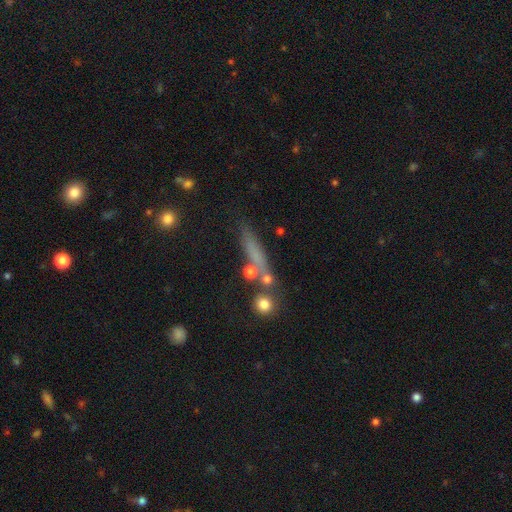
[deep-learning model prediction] Smooth or featured?
  - smooth: 56% *
  - featured or disk: 29%
  - star or artifact: 15%
How rounded?
  - cigar-shaped: 83% *
  - in between: 11%
  - round: 6%
Merging?
  - none: 71% *
  - minor disturbance: 14%
  - merger: 10%
  - major disturbance: 5%